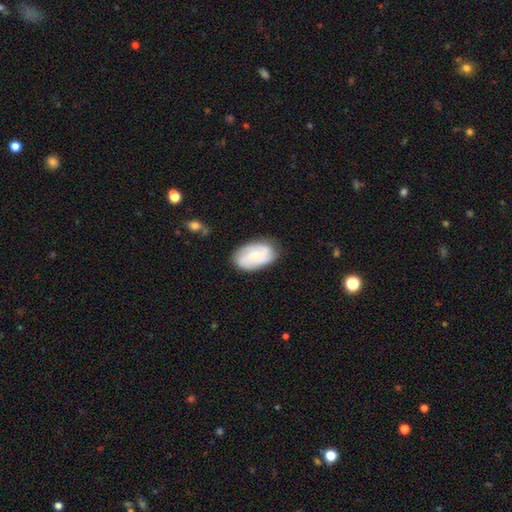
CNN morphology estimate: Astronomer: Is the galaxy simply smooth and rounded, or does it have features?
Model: featured or disk — 47% (runner-up: smooth, 46%).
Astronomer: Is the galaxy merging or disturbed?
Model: none — 76%.